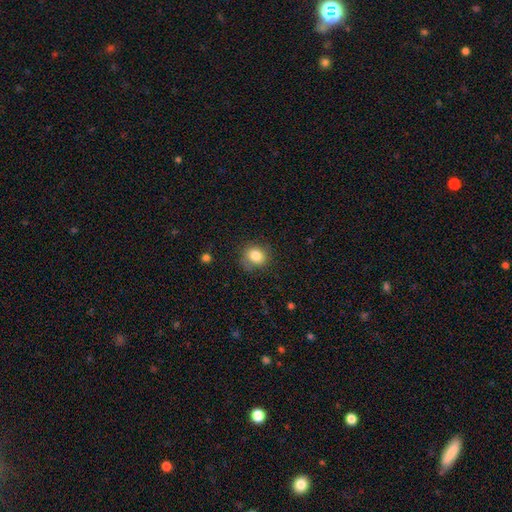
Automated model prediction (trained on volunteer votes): Overall: smooth (82%). How rounded: round (72%). Merging: none (71%).